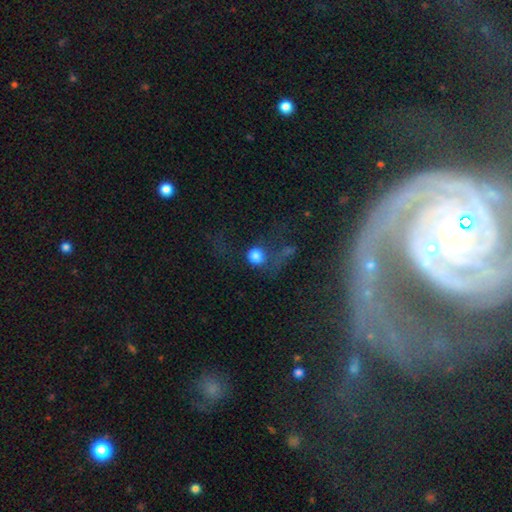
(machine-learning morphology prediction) Smooth or featured? smooth (72%)
How rounded? round (81%)
Merging? none (40%)